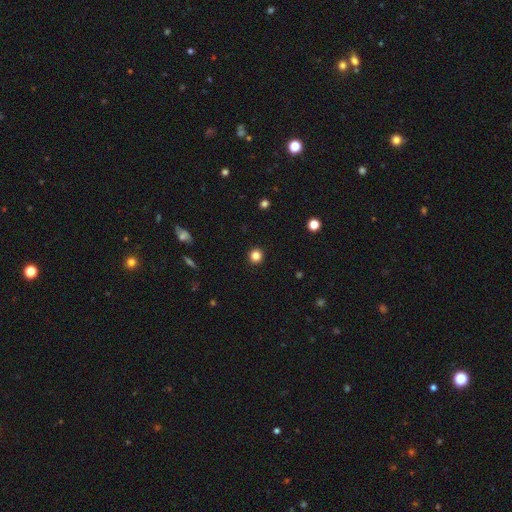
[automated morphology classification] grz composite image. It shows a smooth galaxy with no disk features (84%) that is round (94%). Merging: none (93%).